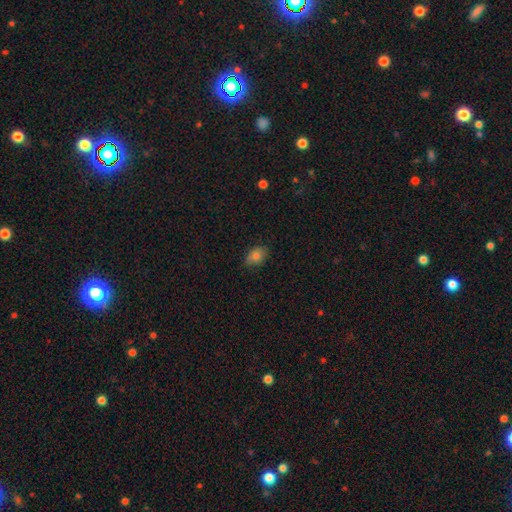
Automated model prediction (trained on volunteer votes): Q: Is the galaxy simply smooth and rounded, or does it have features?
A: smooth — 82%.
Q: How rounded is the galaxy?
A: in between — 79%.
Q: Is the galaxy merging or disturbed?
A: none — 74%.